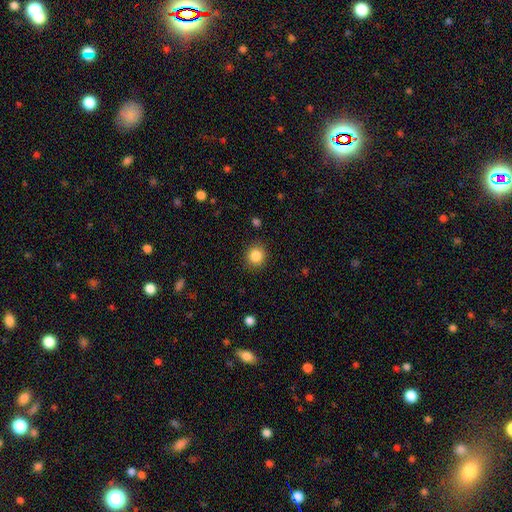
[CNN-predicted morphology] Smooth or featured?
  - smooth: 85% *
  - star or artifact: 10%
  - featured or disk: 5%
How rounded?
  - round: 88% *
  - in between: 11%
  - cigar-shaped: 1%
Merging?
  - none: 88% *
  - minor disturbance: 8%
  - major disturbance: 3%
  - merger: 1%